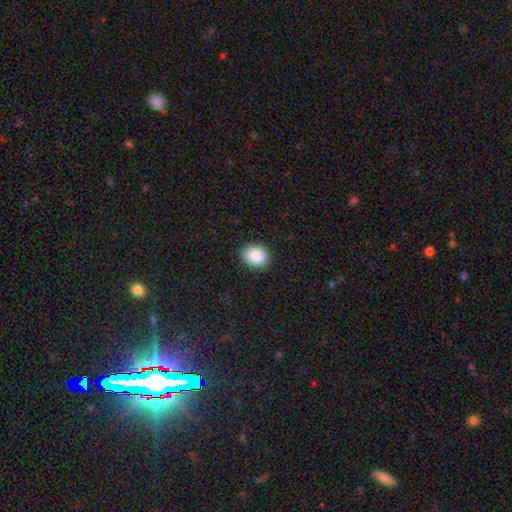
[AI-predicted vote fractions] A smooth galaxy with no disk features (88%) that is round (60%).

Vote fractions:
- Smooth or featured? smooth: 88% / star or artifact: 8% / featured or disk: 4%
- How rounded? round: 60% / in between: 39% / cigar-shaped: 1%
- Merging? none: 88% / minor disturbance: 9% / major disturbance: 2% / merger: 1%